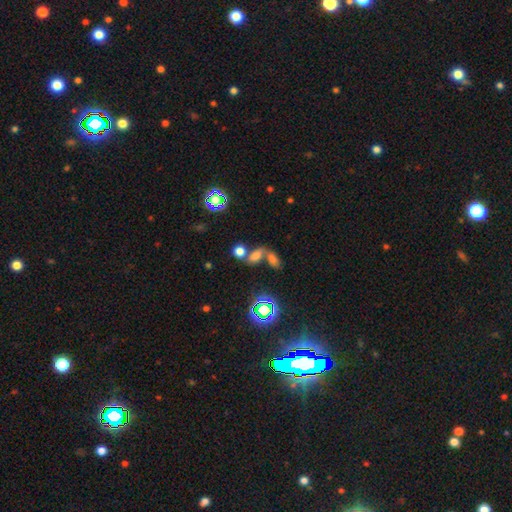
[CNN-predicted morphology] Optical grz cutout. It shows a smooth galaxy with no disk features (61%) that is in between round and cigar-shaped (70%). Merging: merger (54%).